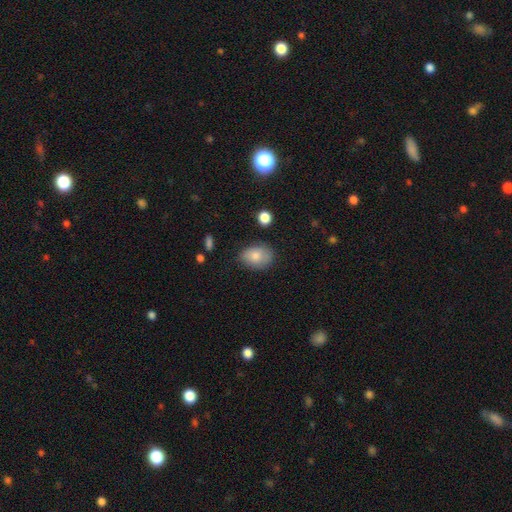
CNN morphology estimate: A smooth galaxy with no disk features (82%) that is in between round and cigar-shaped (76%).

Vote fractions:
- Smooth or featured? smooth: 82% / featured or disk: 11% / star or artifact: 7%
- How rounded? in between: 76% / round: 23% / cigar-shaped: 1%
- Merging? none: 73% / minor disturbance: 20% / major disturbance: 5% / merger: 2%